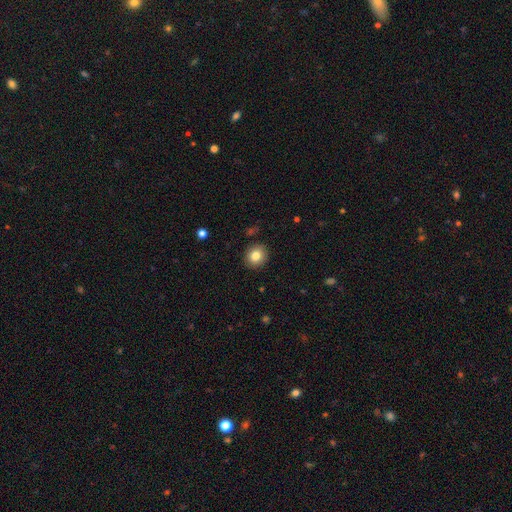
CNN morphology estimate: A smooth galaxy with no disk features (82%) that is round (81%). Merging: none (90%).